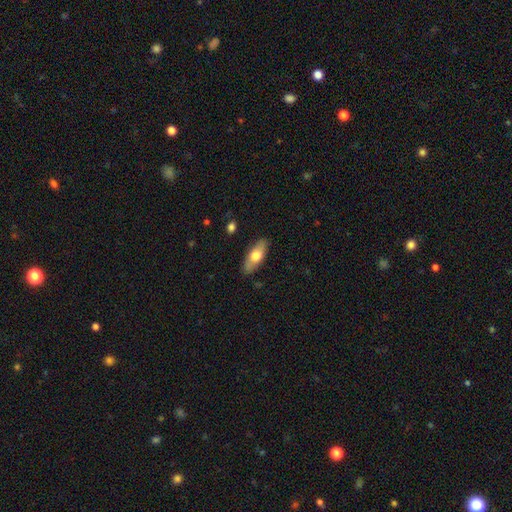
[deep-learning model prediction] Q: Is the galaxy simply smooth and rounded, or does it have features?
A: smooth — 66%.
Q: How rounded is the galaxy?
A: in between — 75%.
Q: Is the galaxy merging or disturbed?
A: none — 84%.